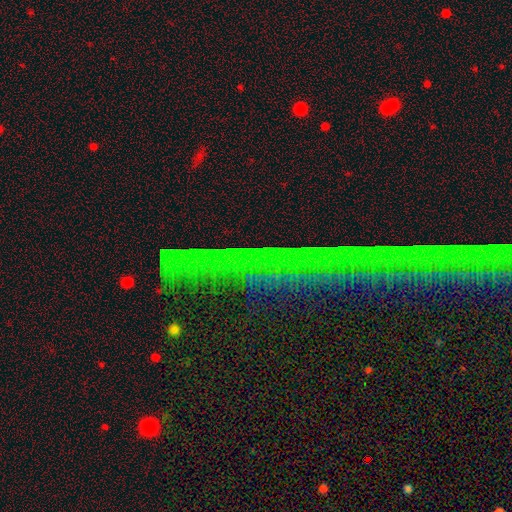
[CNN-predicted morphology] smooth_or_featured: star or artifact (p=0.83) [alt: featured or disk p=0.09]